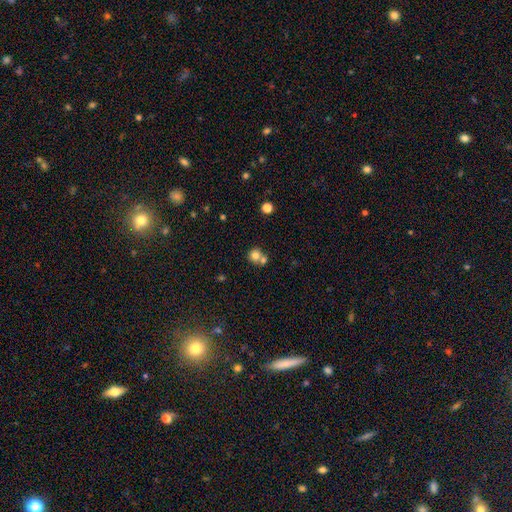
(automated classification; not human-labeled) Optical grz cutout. It shows a smooth galaxy with no disk features (77%) that is round (86%). Merging: merger (45%, tied with none).